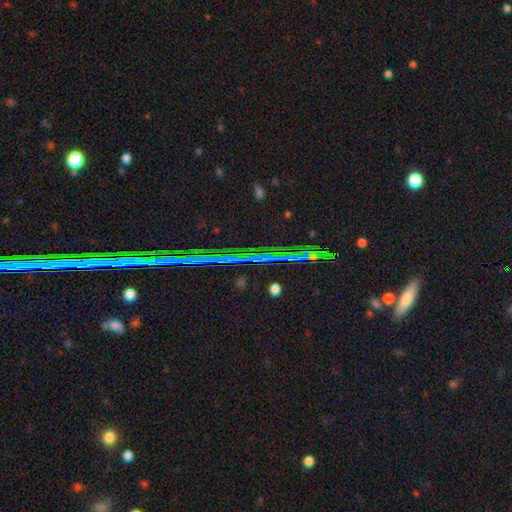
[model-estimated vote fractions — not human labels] A star or artifact, not a galaxy (71%).